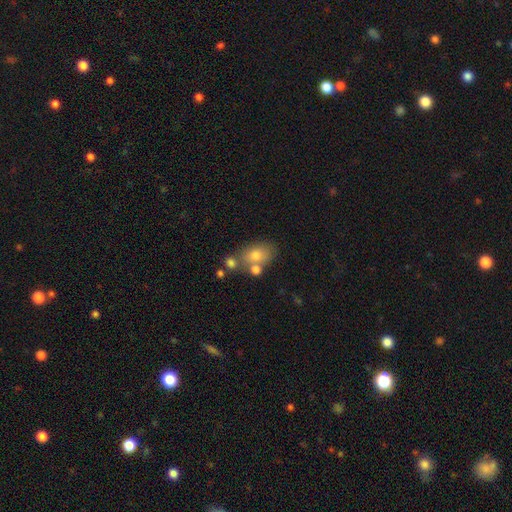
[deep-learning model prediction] Smooth or featured? Predicted: smooth (p=0.71). How rounded? Predicted: in between (p=0.71). Merging? Predicted: none (p=0.52).